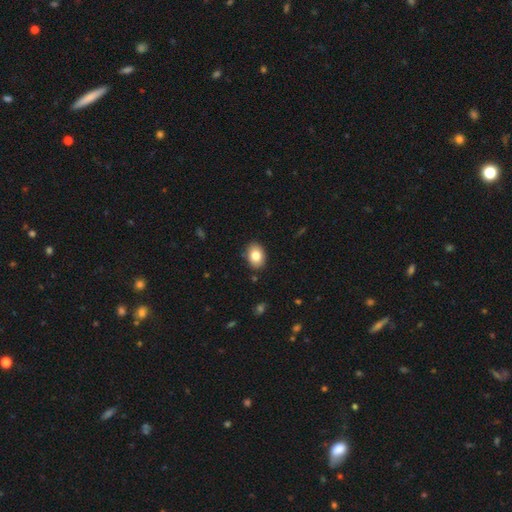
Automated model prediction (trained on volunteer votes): Smooth or featured? Predicted: smooth (p=0.82). How rounded? Predicted: in between (p=0.77). Merging? Predicted: none (p=0.88).